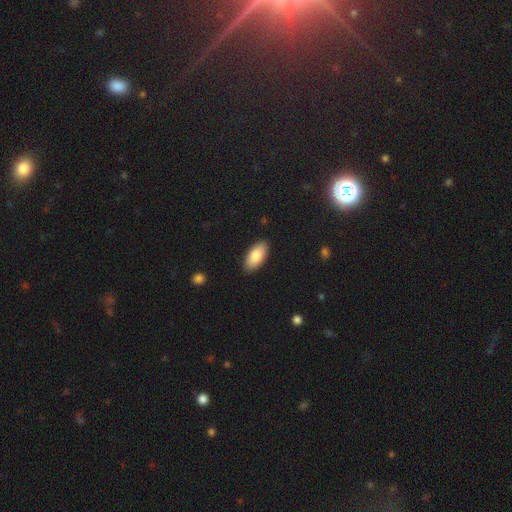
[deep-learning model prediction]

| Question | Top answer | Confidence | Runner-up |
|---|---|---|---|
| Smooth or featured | smooth | 85% | featured or disk (9%) |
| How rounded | in between | 93% | cigar-shaped (5%) |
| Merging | none | 88% | minor disturbance (9%) |